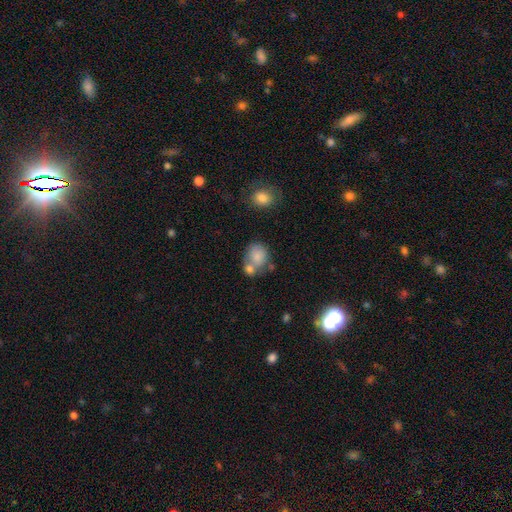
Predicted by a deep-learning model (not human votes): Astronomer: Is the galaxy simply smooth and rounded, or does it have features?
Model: smooth — 79%.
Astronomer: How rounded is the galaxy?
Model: round — 58% (runner-up: in between, 41%).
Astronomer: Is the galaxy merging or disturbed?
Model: merger — 43% (runner-up: none, 36%).